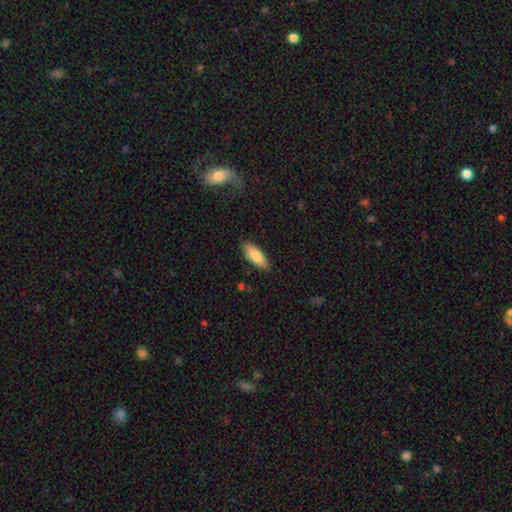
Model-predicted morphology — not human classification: Overall: smooth (81%). How rounded: in between (76%). Merging: none (87%).